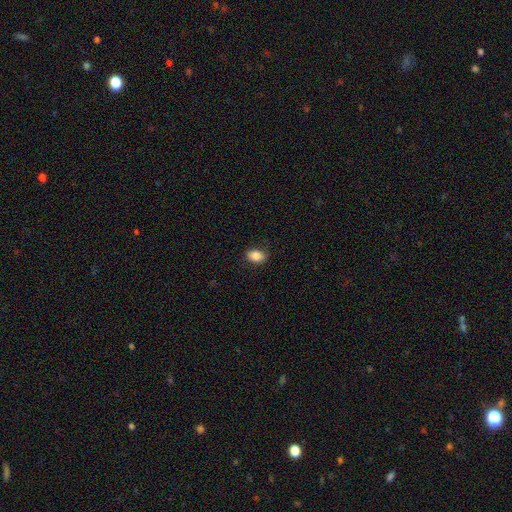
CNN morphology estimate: smooth-or-featured: smooth: 85% | star or artifact: 8% | featured or disk: 7%
  how-rounded: in between: 82% | round: 17% | cigar-shaped: 1%
  merging: none: 83% | minor disturbance: 13% | major disturbance: 3% | merger: 1%